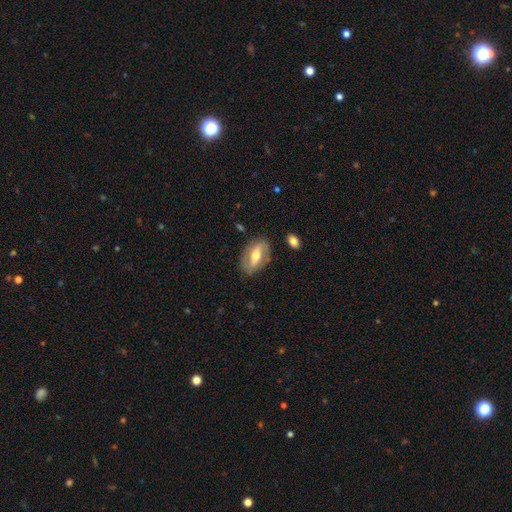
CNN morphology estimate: Q: Smooth or featured?
A: featured or disk (62%); runner-up: smooth (32%)
Q: Edge-on disk?
A: no (84%); runner-up: yes (16%)
Q: Bar?
A: strong (50%); runner-up: weak (29%)
Q: Spiral arms?
A: yes (60%); runner-up: no (40%)
Q: Bulge size?
A: moderate (71%); runner-up: small (20%)
Q: Merging?
A: none (80%); runner-up: minor disturbance (14%)